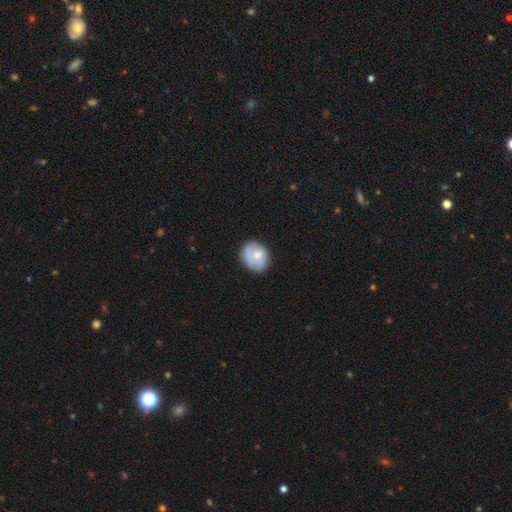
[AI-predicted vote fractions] Smooth or featured? smooth (67%)
How rounded? round (58%)
Merging? none (66%)